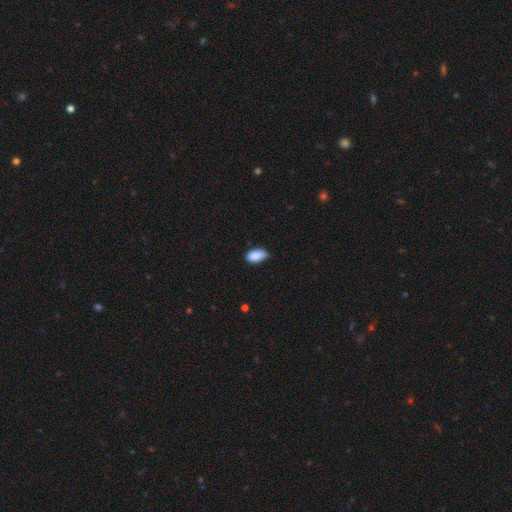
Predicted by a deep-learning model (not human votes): smooth_or_featured: smooth (p=0.89) [alt: star or artifact p=0.07]
how_rounded: in between (p=0.94) [alt: round p=0.03]
merging: none (p=0.74) [alt: minor disturbance p=0.23]